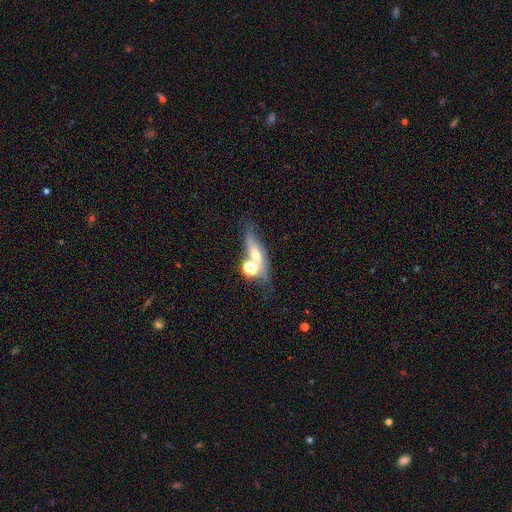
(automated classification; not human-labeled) This is marginally a smooth galaxy (45%). Merging: possibly none (49%).